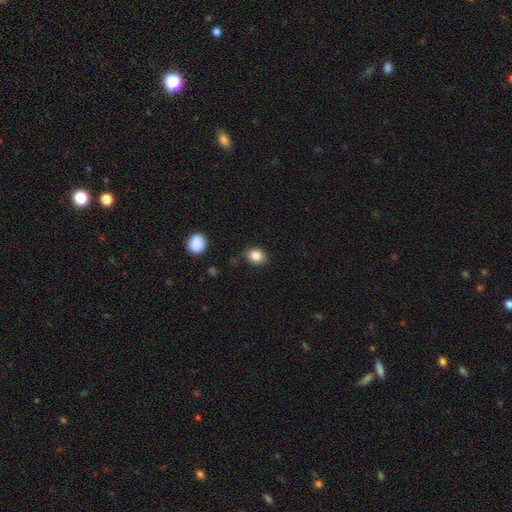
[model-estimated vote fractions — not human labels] The model was most divided on "how rounded": round: 51%, in between: 48%, cigar-shaped: 1%. More confident: smooth or featured — smooth (85%); merging — none (83%).